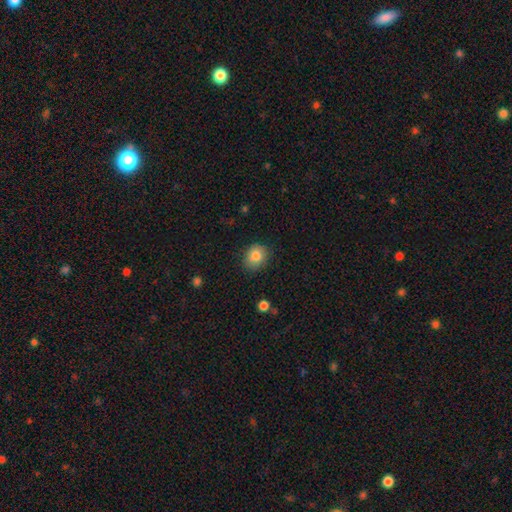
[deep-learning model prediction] Smooth or featured?
  - smooth: 82% *
  - star or artifact: 10%
  - featured or disk: 8%
How rounded?
  - round: 65% *
  - in between: 34%
  - cigar-shaped: 1%
Merging?
  - none: 81% *
  - minor disturbance: 14%
  - major disturbance: 3%
  - merger: 3%